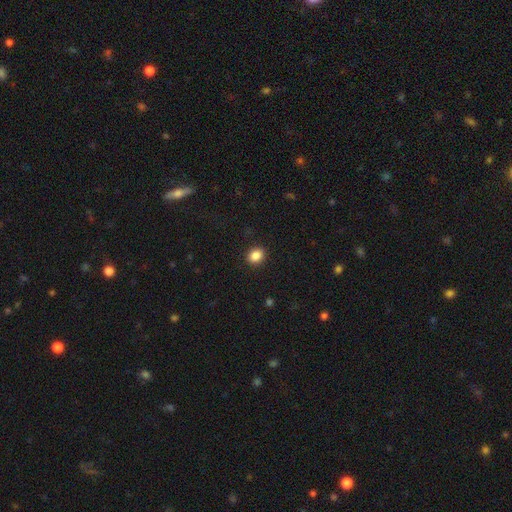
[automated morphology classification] Smooth or featured: smooth — 87% (star or artifact — 10%)
How rounded: round — 54% (in between — 45%)
Merging: none — 91% (minor disturbance — 6%)